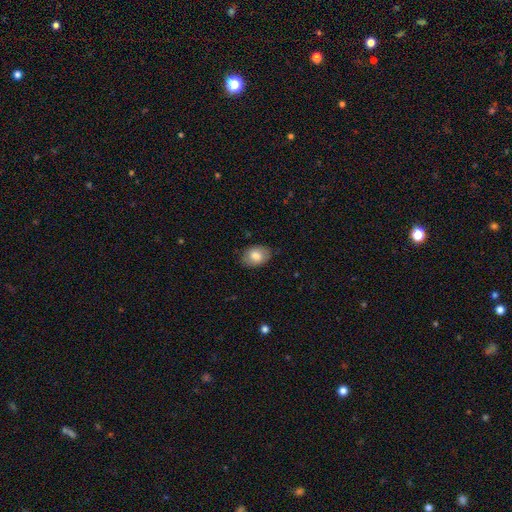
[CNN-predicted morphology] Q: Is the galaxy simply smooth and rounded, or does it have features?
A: smooth — 81%.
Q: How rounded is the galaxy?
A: in between — 81%.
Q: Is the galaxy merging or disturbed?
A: none — 81%.